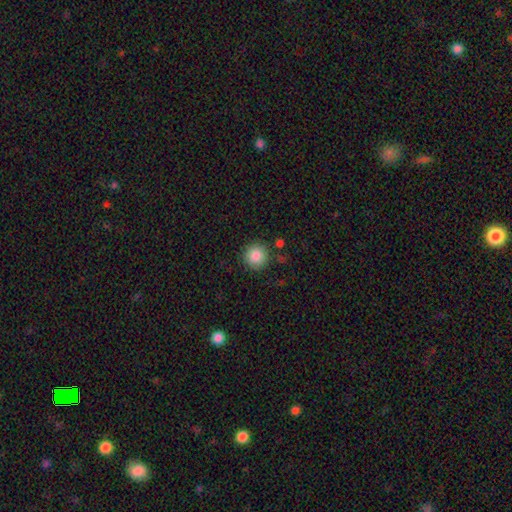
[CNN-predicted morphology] smooth 87%, star or artifact 9%, featured or disk 4%. Down the decision tree: how rounded — round (94%); merging — none (86%).